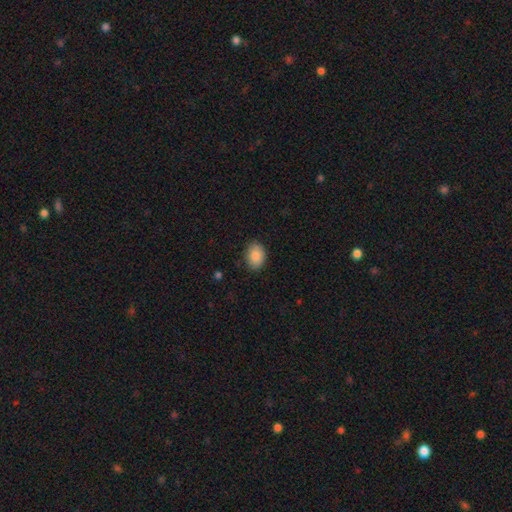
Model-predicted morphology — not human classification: type=smooth (88%); roundness=in between (77%); merging=none (86%).